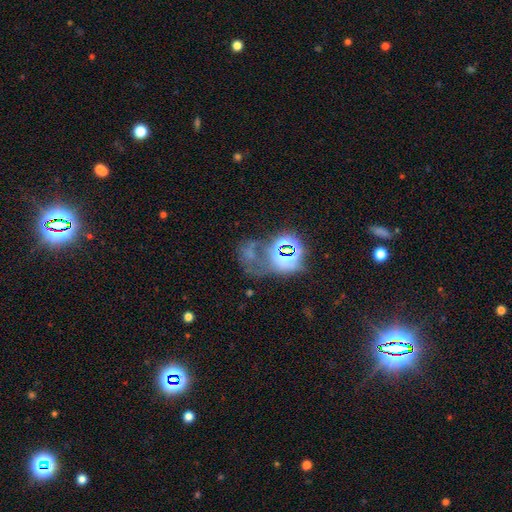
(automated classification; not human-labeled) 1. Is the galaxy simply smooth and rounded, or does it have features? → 57% star or artifact, 25% featured or disk, 19% smooth.